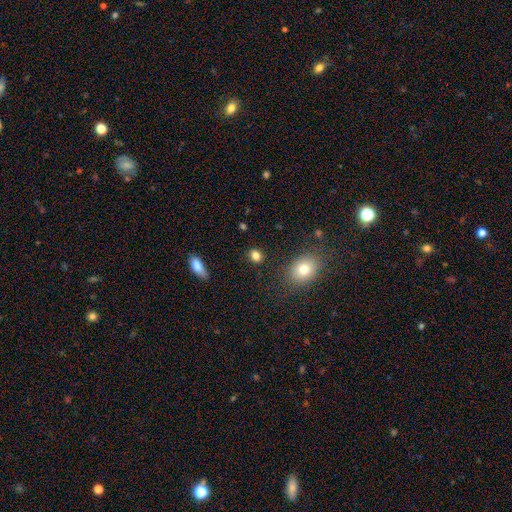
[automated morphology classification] Smooth or featured? Predicted: smooth (p=0.83). How rounded? Predicted: round (p=0.60). Merging? Predicted: none (p=0.86).